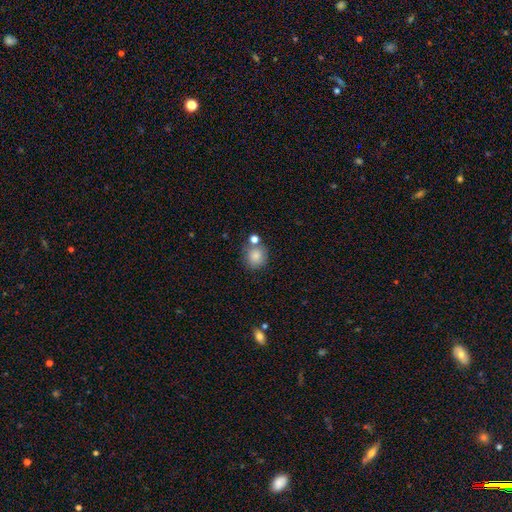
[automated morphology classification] This is clearly a smooth galaxy (83%). How rounded: clearly round (86%). Merging: likely none (67%).